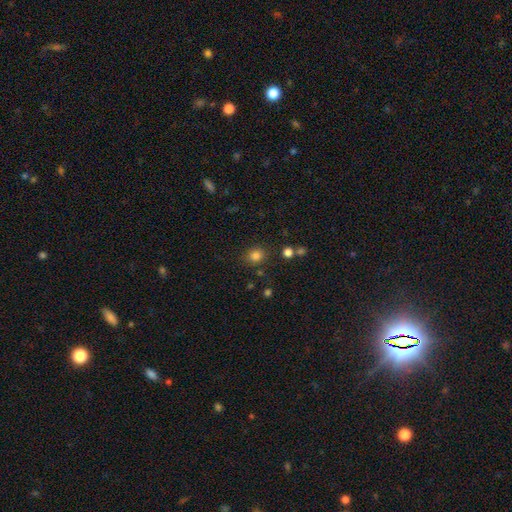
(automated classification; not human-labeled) Smooth or featured?
  - smooth: 81% *
  - star or artifact: 13%
  - featured or disk: 5%
How rounded?
  - round: 72% *
  - in between: 27%
  - cigar-shaped: 1%
Merging?
  - none: 82% *
  - minor disturbance: 10%
  - merger: 4%
  - major disturbance: 4%